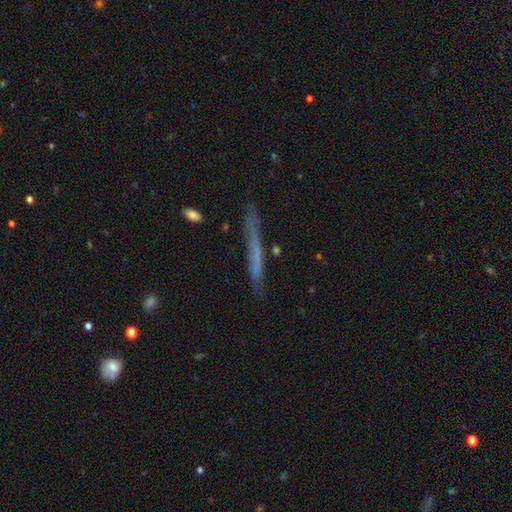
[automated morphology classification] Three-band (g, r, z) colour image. It shows a smooth galaxy with no disk features (48%). Merging: none (80%).